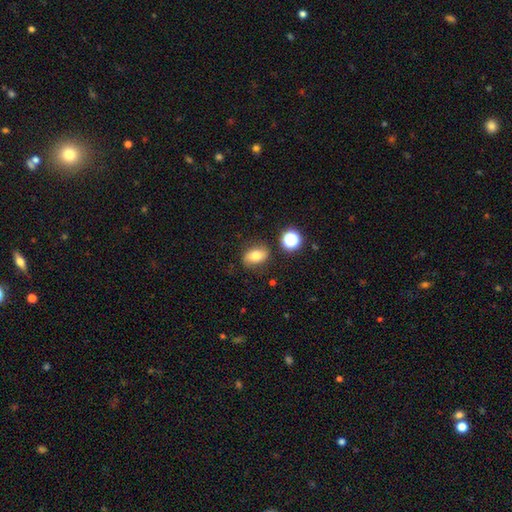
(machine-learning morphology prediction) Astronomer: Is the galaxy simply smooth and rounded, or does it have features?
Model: smooth — 67%.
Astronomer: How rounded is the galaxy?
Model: in between — 75%.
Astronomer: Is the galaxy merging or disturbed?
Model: none — 80%.